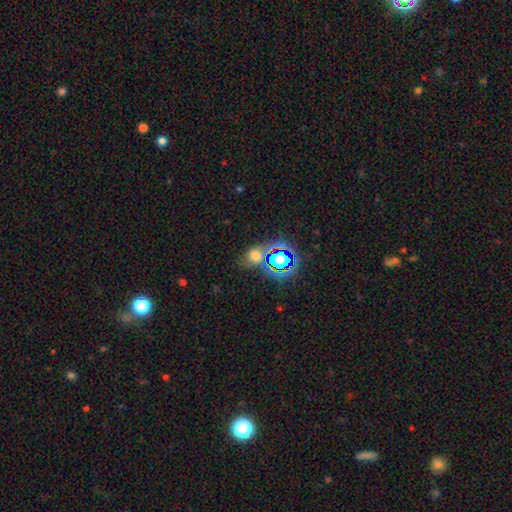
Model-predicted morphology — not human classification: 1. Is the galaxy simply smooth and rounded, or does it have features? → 51% smooth, 38% star or artifact, 11% featured or disk.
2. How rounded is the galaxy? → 50% in between, 48% round, 3% cigar-shaped.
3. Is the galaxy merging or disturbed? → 63% none, 16% minor disturbance, 14% merger, 8% major disturbance.